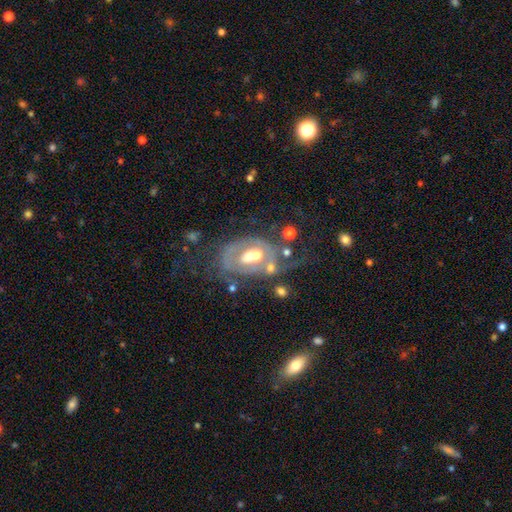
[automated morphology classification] The model was most divided on "merging": none: 30%, merger: 27%, major disturbance: 26%, minor disturbance: 16%. More confident: edge-on disk — no (96%); bar — no (78%); spiral arms — no (73%); bulge size — moderate (62%); smooth or featured — featured or disk (61%).